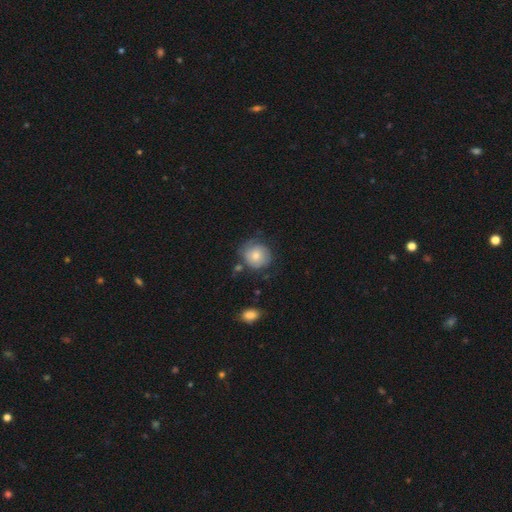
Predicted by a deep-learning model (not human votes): smooth_or_featured: smooth (p=0.65) [alt: featured or disk p=0.28]
how_rounded: round (p=0.85) [alt: in between p=0.14]
merging: none (p=0.63) [alt: minor disturbance p=0.24]